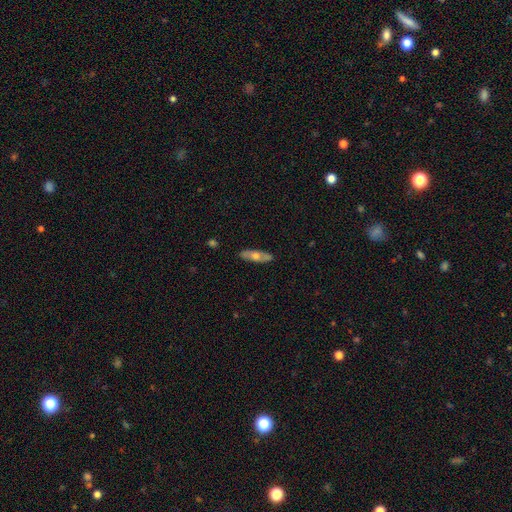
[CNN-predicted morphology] Q: Smooth or featured?
A: featured or disk (47%); runner-up: smooth (45%)
Q: Merging?
A: none (87%); runner-up: minor disturbance (10%)